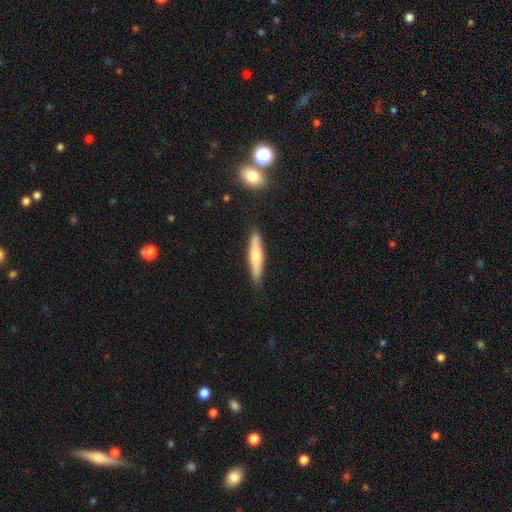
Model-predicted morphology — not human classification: A smooth galaxy with no disk features (58%) that is cigar-shaped (86%).

Vote fractions:
- Smooth or featured? smooth: 58% / featured or disk: 36% / star or artifact: 6%
- How rounded? cigar-shaped: 86% / in between: 13% / round: 2%
- Merging? none: 85% / minor disturbance: 11% / major disturbance: 2% / merger: 2%